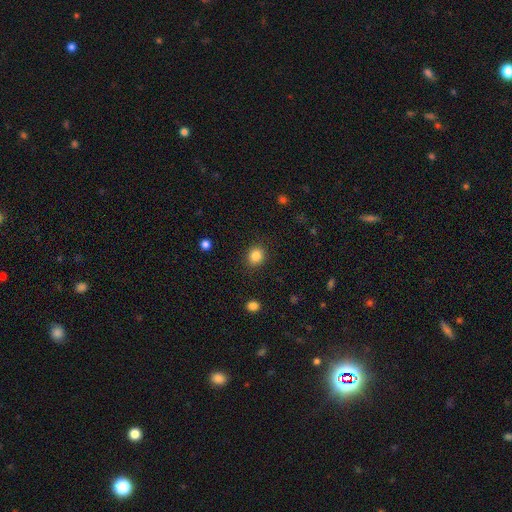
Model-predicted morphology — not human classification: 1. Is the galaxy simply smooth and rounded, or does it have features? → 85% smooth, 10% star or artifact, 5% featured or disk.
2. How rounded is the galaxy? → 72% round, 27% in between, 1% cigar-shaped.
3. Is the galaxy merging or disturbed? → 88% none, 8% minor disturbance, 3% major disturbance, 1% merger.